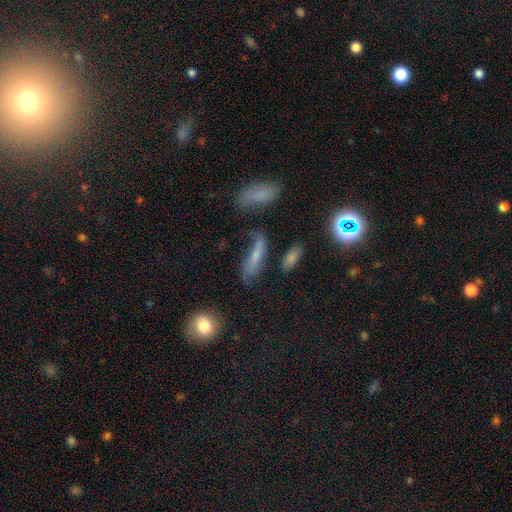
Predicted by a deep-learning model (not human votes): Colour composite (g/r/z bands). It shows a smooth galaxy with no disk features (55%) that is cigar-shaped (57%). Merging: none (53%).